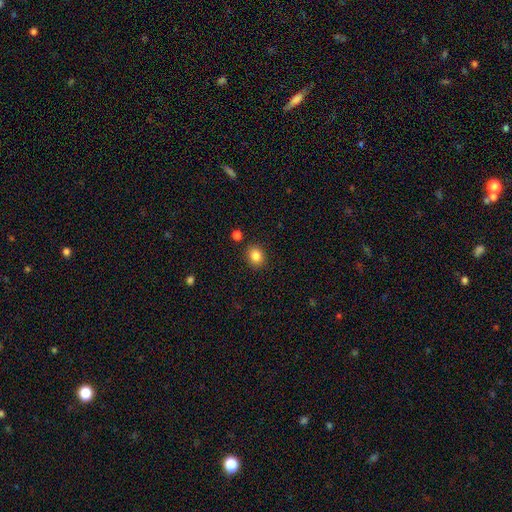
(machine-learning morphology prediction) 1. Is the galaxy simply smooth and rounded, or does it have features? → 85% smooth, 10% star or artifact, 5% featured or disk.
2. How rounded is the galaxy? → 59% round, 40% in between, 1% cigar-shaped.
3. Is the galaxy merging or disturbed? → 87% none, 8% minor disturbance, 3% merger, 2% major disturbance.